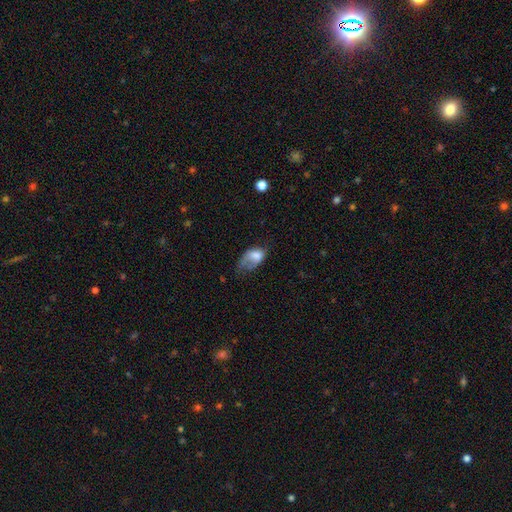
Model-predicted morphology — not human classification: The model was most divided on "merging": major disturbance: 50%, minor disturbance: 27%, none: 19%, merger: 4%. More confident: how rounded — in between (87%); smooth or featured — smooth (66%).